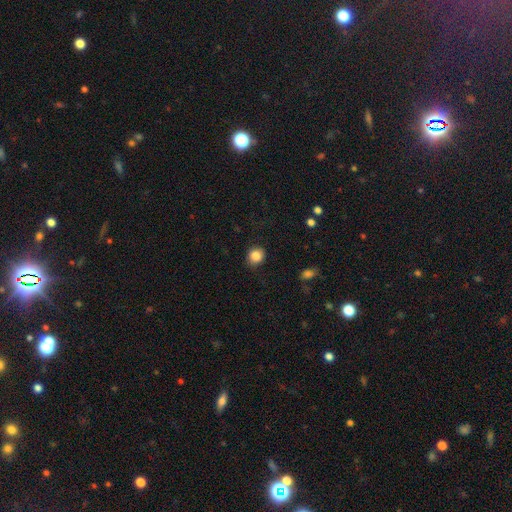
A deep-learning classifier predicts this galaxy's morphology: This is clearly a smooth galaxy (86%). How rounded: clearly round (82%). Merging: clearly none (86%).